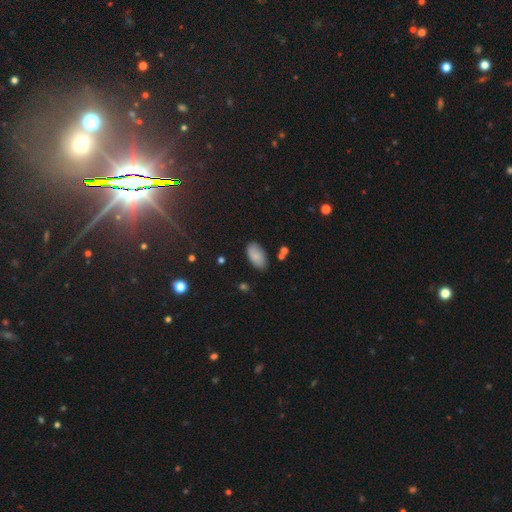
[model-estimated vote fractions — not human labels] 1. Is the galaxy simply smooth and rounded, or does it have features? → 85% smooth, 8% star or artifact, 7% featured or disk.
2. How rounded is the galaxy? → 95% in between, 3% round, 3% cigar-shaped.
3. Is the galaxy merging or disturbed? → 81% none, 13% minor disturbance, 3% major disturbance, 2% merger.